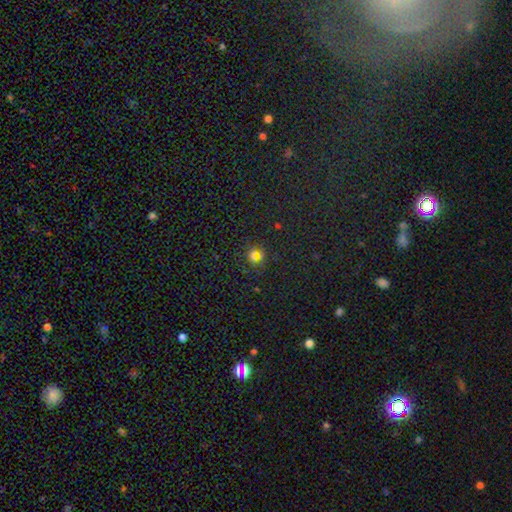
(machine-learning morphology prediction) The model was most divided on "smooth or featured": smooth: 49%, star or artifact: 40%, featured or disk: 11%. More confident: merging — none (70%).